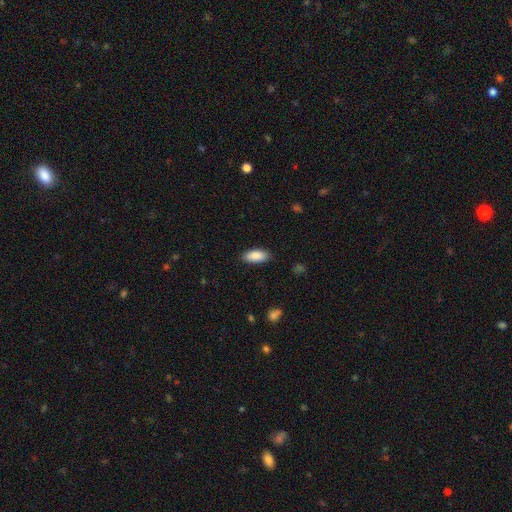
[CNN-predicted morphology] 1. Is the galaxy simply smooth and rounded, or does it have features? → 89% smooth, 6% star or artifact, 5% featured or disk.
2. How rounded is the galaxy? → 88% in between, 10% cigar-shaped, 2% round.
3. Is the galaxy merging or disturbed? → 88% none, 9% minor disturbance, 2% major disturbance, 1% merger.